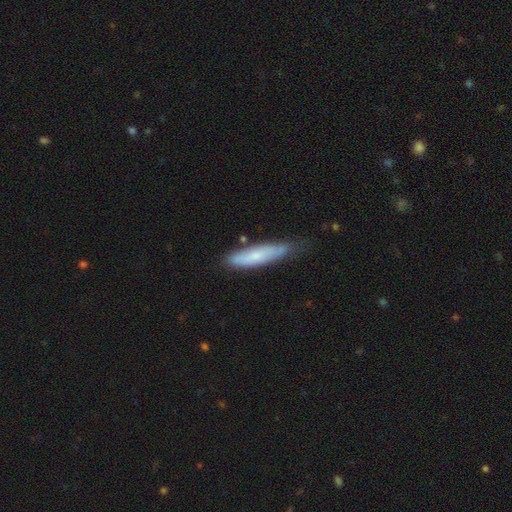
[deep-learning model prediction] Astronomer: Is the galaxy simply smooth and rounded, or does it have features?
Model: smooth — 66%.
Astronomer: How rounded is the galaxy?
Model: cigar-shaped — 78%.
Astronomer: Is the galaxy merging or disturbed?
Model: none — 60%.